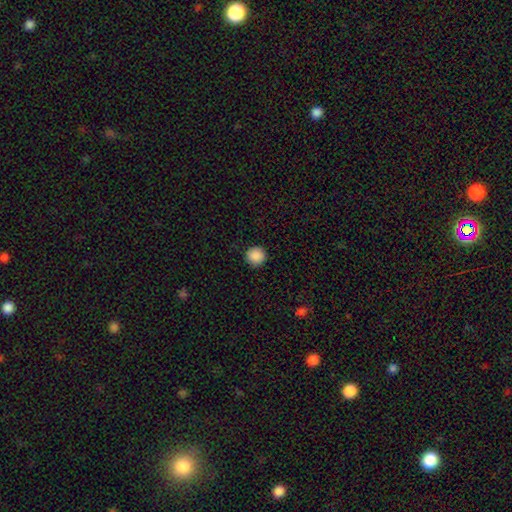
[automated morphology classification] smooth-or-featured: smooth: 89% | star or artifact: 9% | featured or disk: 2%
  how-rounded: round: 95% | in between: 4% | cigar-shaped: 1%
  merging: none: 92% | minor disturbance: 5% | major disturbance: 2% | merger: 1%